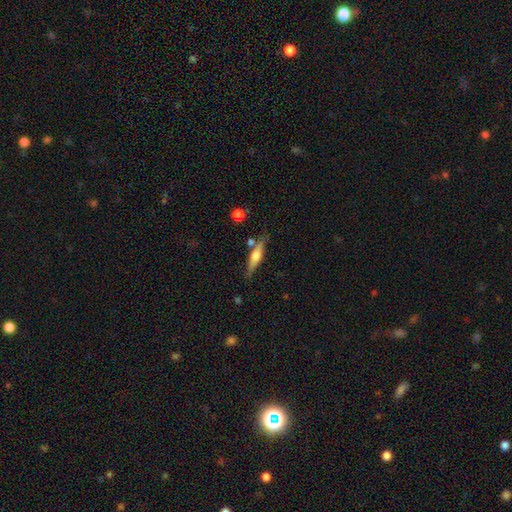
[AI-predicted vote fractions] Smooth or featured: featured or disk — 54% (smooth — 39%)
Edge-on disk: yes — 95% (no — 5%)
Edge-on bulge: rounded — 85% (boxy — 10%)
Merging: none — 76% (minor disturbance — 13%)